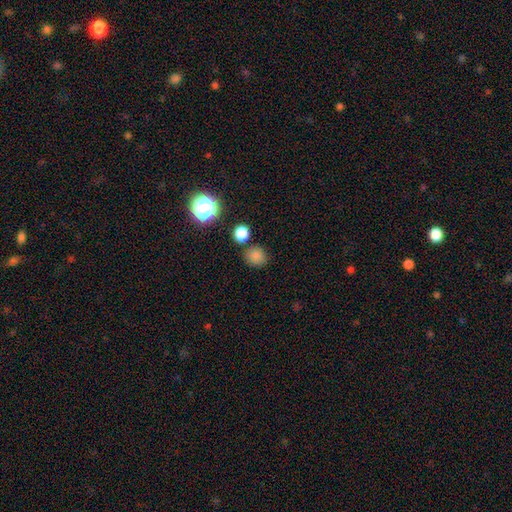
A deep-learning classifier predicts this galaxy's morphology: smooth 80%, star or artifact 15%, featured or disk 5%. Down the decision tree: how rounded — round (80%); merging — none (79%).